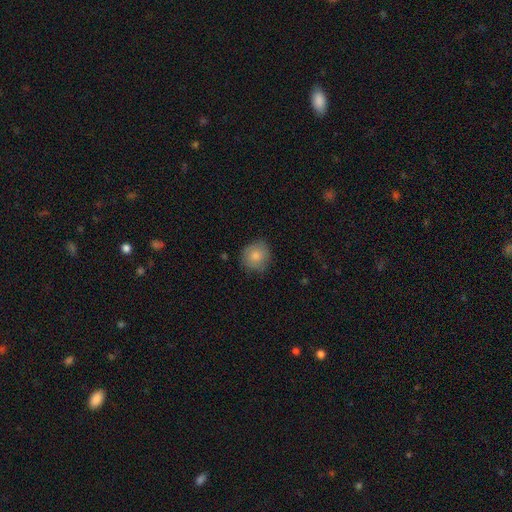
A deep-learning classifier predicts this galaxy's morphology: smooth_or_featured: smooth (p=0.81) [alt: featured or disk p=0.11]
how_rounded: round (p=0.88) [alt: in between p=0.11]
merging: none (p=0.77) [alt: minor disturbance p=0.18]